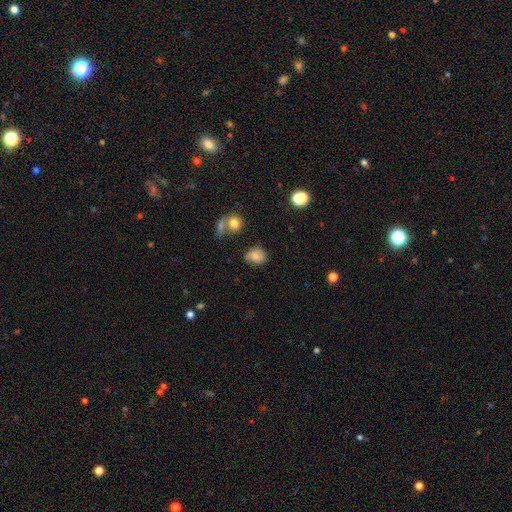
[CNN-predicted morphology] This is likely a smooth galaxy (74%). How rounded: possibly round (50%). Merging: likely none (65%).